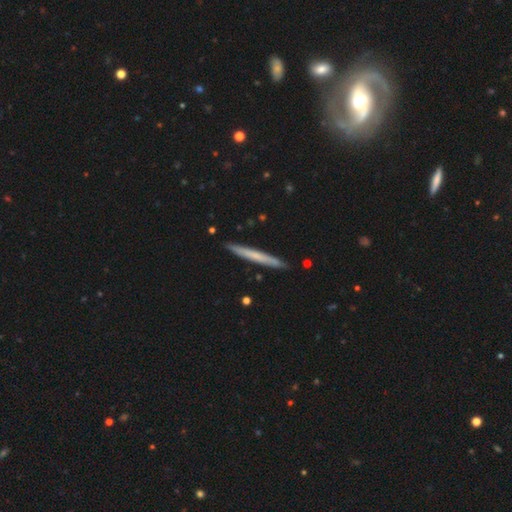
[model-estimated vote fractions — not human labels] The model was most divided on "smooth or featured": smooth: 55%, featured or disk: 39%, star or artifact: 6%. More confident: how rounded — cigar-shaped (97%); merging — none (90%).